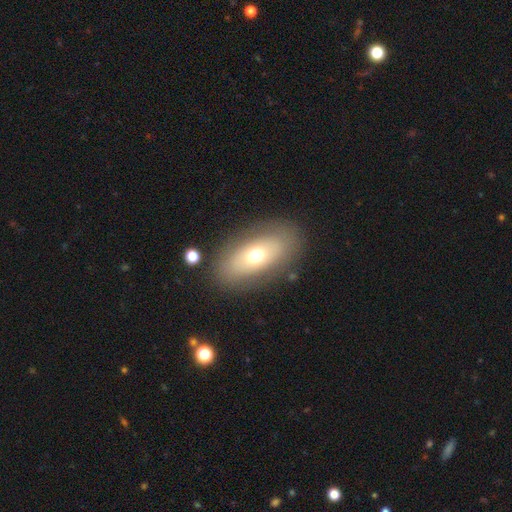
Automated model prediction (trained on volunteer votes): smooth-or-featured: smooth: 62% | featured or disk: 29% | star or artifact: 9%
  how-rounded: in between: 88% | round: 7% | cigar-shaped: 5%
  merging: none: 83% | minor disturbance: 10% | major disturbance: 5% | merger: 2%